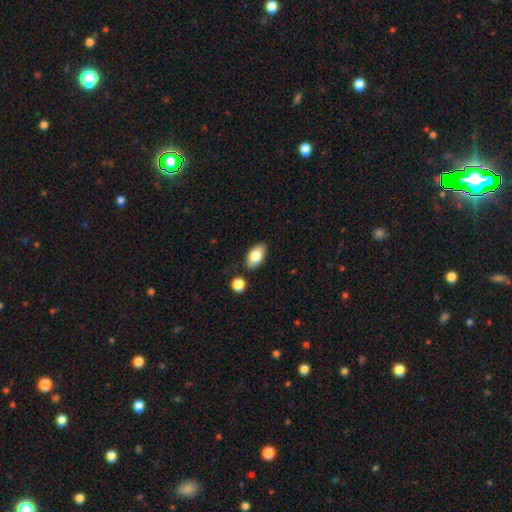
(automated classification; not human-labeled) Q: Smooth or featured?
A: smooth (81%); runner-up: featured or disk (12%)
Q: How rounded?
A: in between (92%); runner-up: round (5%)
Q: Merging?
A: none (83%); runner-up: minor disturbance (11%)